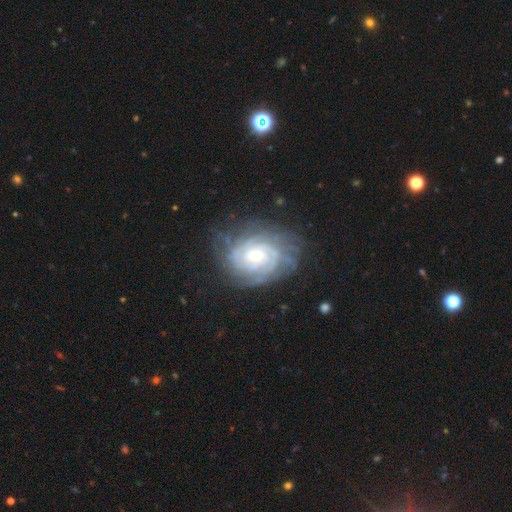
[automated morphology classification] type=featured or disk (86%); edge-on=no (97%); bar=no (67%); spiral arms=yes (96%); winding=tight (79%); arm count=can't tell (39%); bulge=moderate (50%); merging=none (73%).